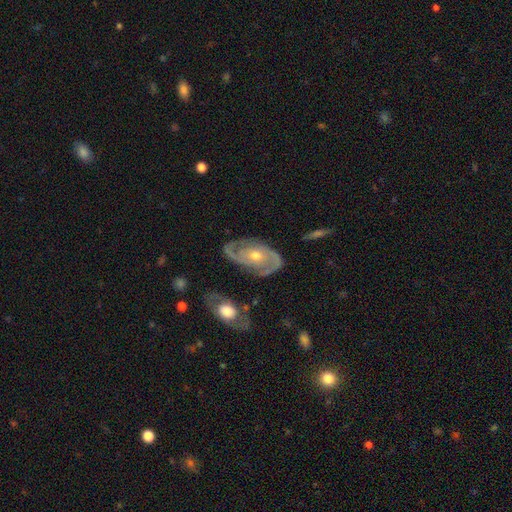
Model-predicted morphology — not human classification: A featured or disk galaxy (84%) with no bar (73%), 2 (77%) tight (48%) spiral arms (90%) and a moderate central bulge (66%).

Vote fractions:
- Smooth or featured? featured or disk: 84% / smooth: 10% / star or artifact: 6%
- Edge-on disk? no: 95% / yes: 5%
- Bar? no: 73% / weak: 21% / strong: 6%
- Spiral arms? yes: 90% / no: 10%
- Spiral winding? tight: 48% / medium: 40% / loose: 12%
- Spiral arm count? 2: 77% / can't tell: 11% / 3: 4% / 1: 4% / 4: 2% / more than 4: 2%
- Bulge size? moderate: 66% / small: 29% / large: 3% / none: 1% / dominant: 1%
- Merging? none: 74% / minor disturbance: 17% / major disturbance: 7% / merger: 3%